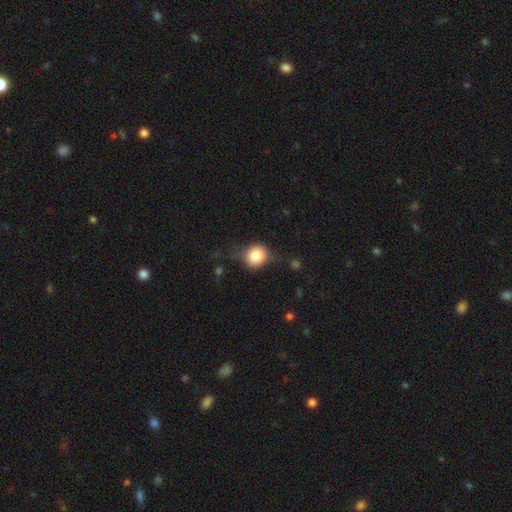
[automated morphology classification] Smooth or featured? Predicted: smooth (p=0.76). How rounded? Predicted: round (p=0.78). Merging? Predicted: none (p=0.59).